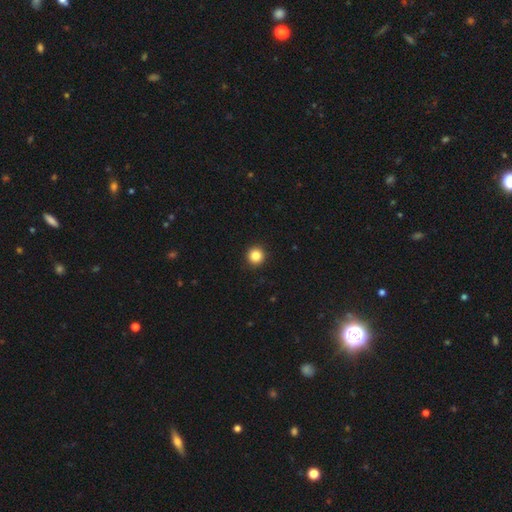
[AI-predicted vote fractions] Smooth or featured?
  - smooth: 85% *
  - star or artifact: 11%
  - featured or disk: 4%
How rounded?
  - round: 95% *
  - in between: 4%
  - cigar-shaped: 1%
Merging?
  - none: 93% *
  - minor disturbance: 4%
  - major disturbance: 1%
  - merger: 1%